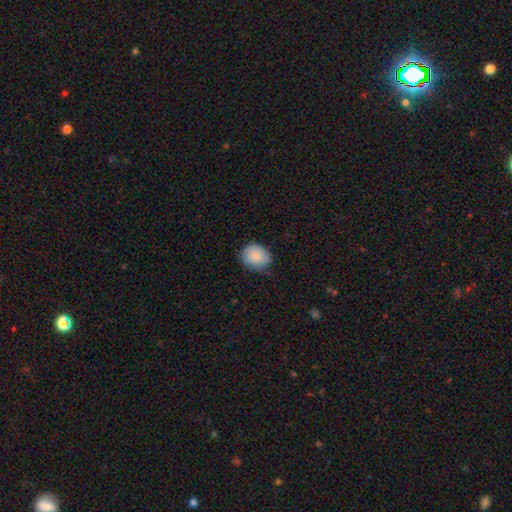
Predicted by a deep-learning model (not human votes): Smooth or featured: smooth — 85% (featured or disk — 8%)
How rounded: round — 56% (in between — 44%)
Merging: none — 67% (minor disturbance — 27%)